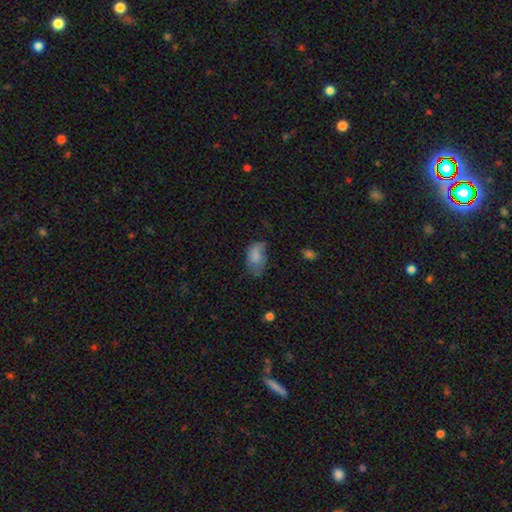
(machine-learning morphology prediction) A smooth galaxy with no disk features (75%) that is in between round and cigar-shaped (91%).

Vote fractions:
- Smooth or featured? smooth: 75% / featured or disk: 17% / star or artifact: 8%
- How rounded? in between: 91% / round: 7% / cigar-shaped: 2%
- Merging? none: 41% / minor disturbance: 37% / major disturbance: 19% / merger: 3%